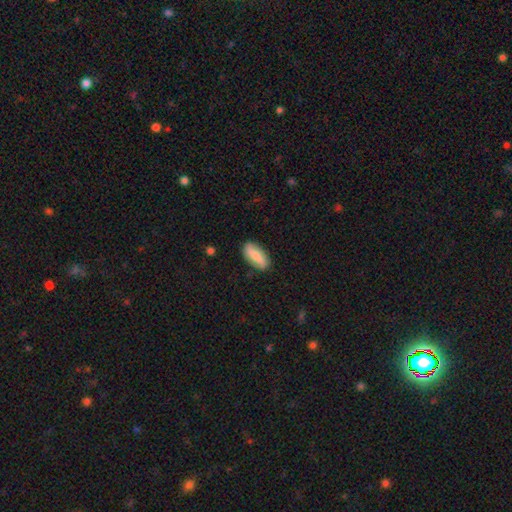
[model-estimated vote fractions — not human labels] Smooth or featured: smooth — 68% (featured or disk — 26%)
How rounded: in between — 79% (cigar-shaped — 18%)
Merging: none — 85% (minor disturbance — 12%)